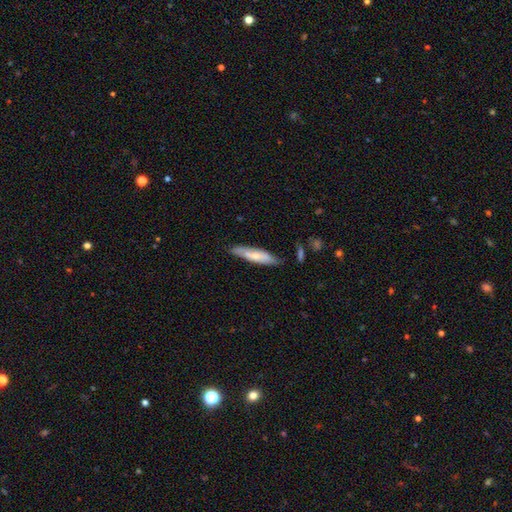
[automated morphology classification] A smooth galaxy with no disk features (58%) that is cigar-shaped (78%).

Vote fractions:
- Smooth or featured? smooth: 58% / featured or disk: 36% / star or artifact: 6%
- How rounded? cigar-shaped: 78% / in between: 21% / round: 1%
- Merging? none: 72% / minor disturbance: 20% / merger: 4% / major disturbance: 4%